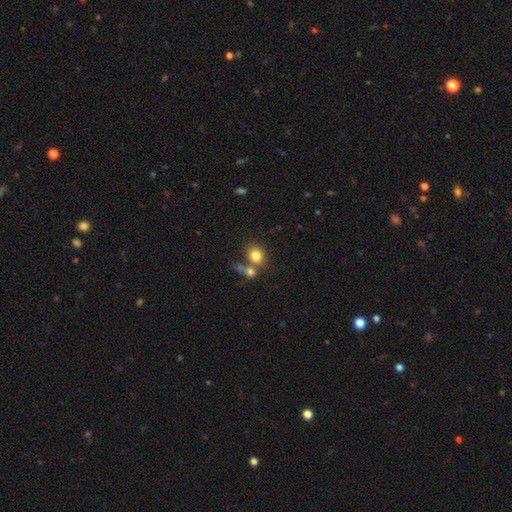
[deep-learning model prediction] Q: Smooth or featured?
A: smooth (81%); runner-up: star or artifact (11%)
Q: How rounded?
A: round (72%); runner-up: in between (27%)
Q: Merging?
A: none (51%); runner-up: merger (35%)